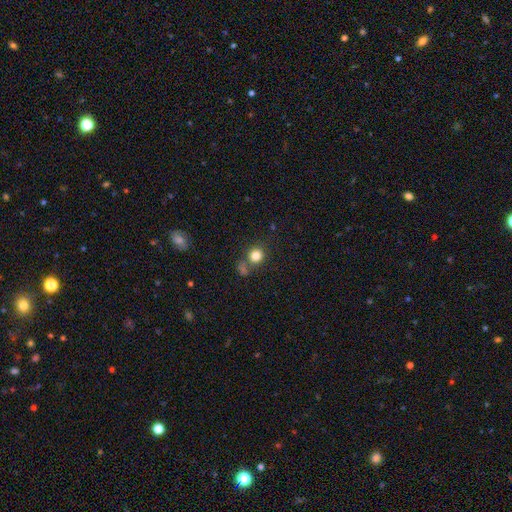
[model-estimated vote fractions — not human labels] Smooth or featured? Predicted: smooth (p=0.82). How rounded? Predicted: round (p=0.86). Merging? Predicted: none (p=0.70).